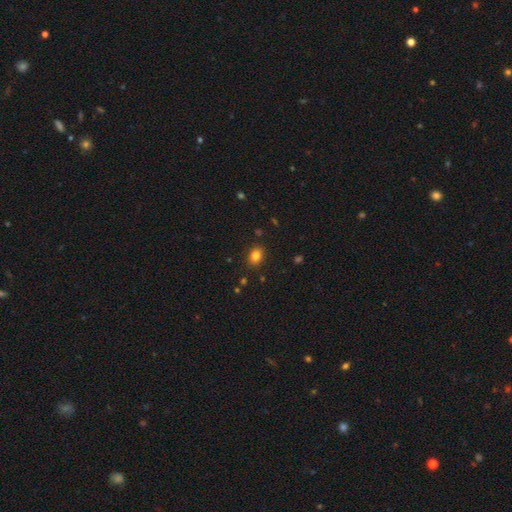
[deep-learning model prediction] A smooth galaxy with no disk features (83%) that is in between round and cigar-shaped (65%).

Vote fractions:
- Smooth or featured? smooth: 83% / star or artifact: 11% / featured or disk: 6%
- How rounded? in between: 65% / round: 34% / cigar-shaped: 1%
- Merging? none: 87% / minor disturbance: 9% / major disturbance: 2% / merger: 2%